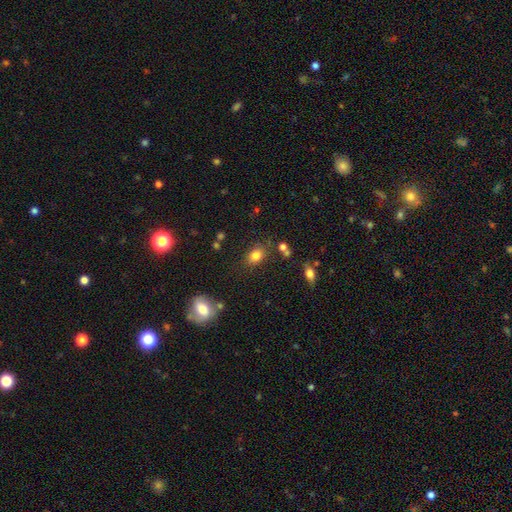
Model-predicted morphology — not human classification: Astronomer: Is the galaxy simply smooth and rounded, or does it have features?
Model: smooth — 81%.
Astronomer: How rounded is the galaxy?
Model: in between — 70%.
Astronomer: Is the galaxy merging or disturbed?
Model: none — 77%.